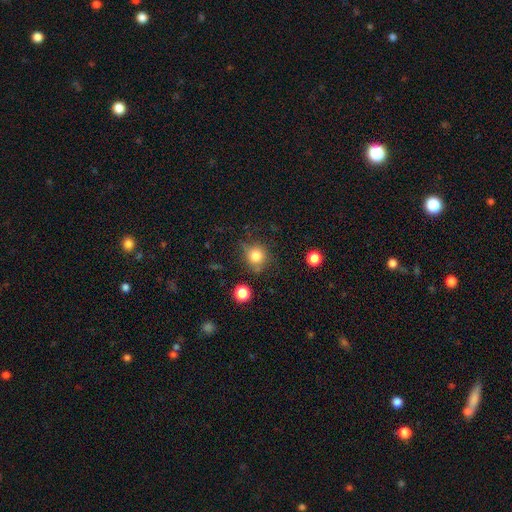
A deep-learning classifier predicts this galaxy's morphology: This appears to be a smooth galaxy with no disk features (81%) that is round (89%). Merging: none (72%).